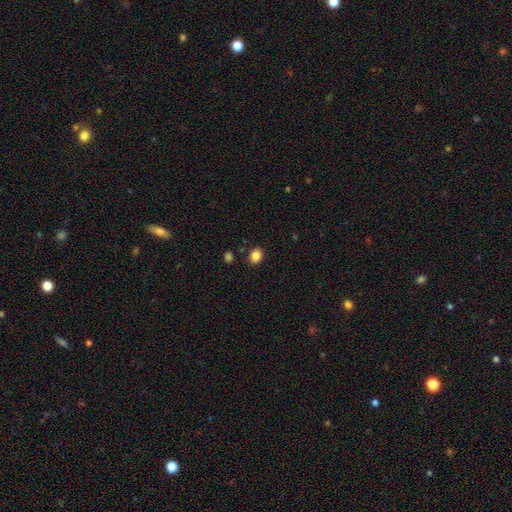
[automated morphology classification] Smooth or featured?
  - smooth: 85% *
  - star or artifact: 10%
  - featured or disk: 5%
How rounded?
  - in between: 53% *
  - round: 46%
  - cigar-shaped: 1%
Merging?
  - none: 85% *
  - minor disturbance: 9%
  - merger: 3%
  - major disturbance: 2%